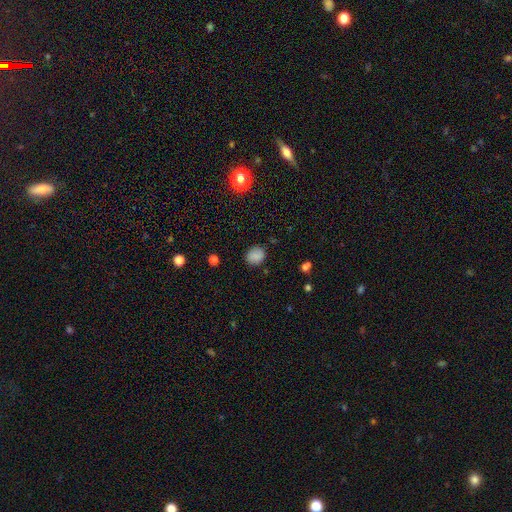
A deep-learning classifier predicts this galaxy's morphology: Overall: smooth (83%). How rounded: round (71%). Merging: none (84%).